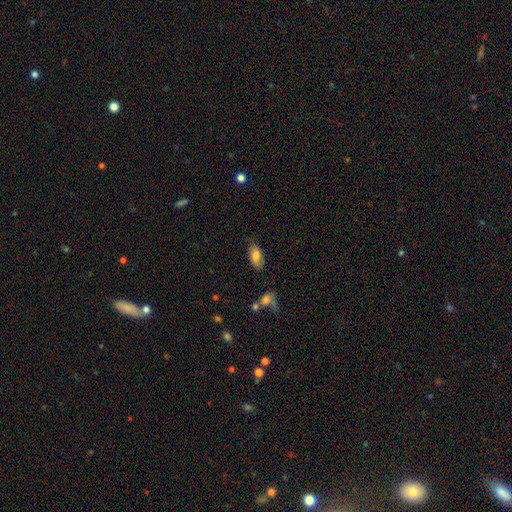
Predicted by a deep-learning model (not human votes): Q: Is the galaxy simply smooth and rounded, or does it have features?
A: smooth — 71%.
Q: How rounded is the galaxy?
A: in between — 90%.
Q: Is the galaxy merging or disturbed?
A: none — 72%.